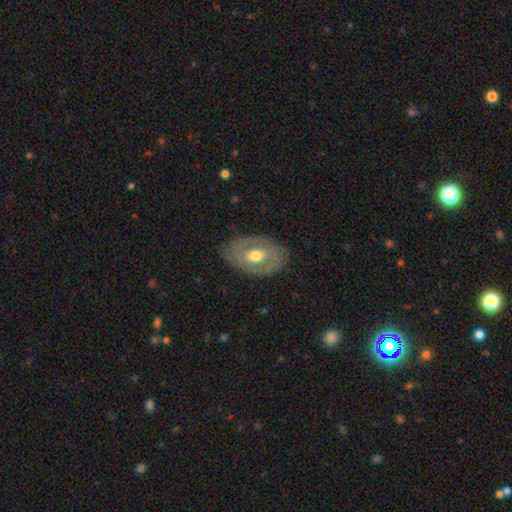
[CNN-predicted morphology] A featured or disk galaxy (60%) with no bar (56%), no spiral arms (54%) and a moderate central bulge (75%).

Vote fractions:
- Smooth or featured? featured or disk: 60% / smooth: 34% / star or artifact: 6%
- Edge-on disk? no: 92% / yes: 8%
- Bar? no: 56% / weak: 32% / strong: 12%
- Spiral arms? no: 54% / yes: 46%
- Bulge size? moderate: 75% / small: 12% / large: 12% / dominant: 1% / none: 1%
- Merging? none: 78% / minor disturbance: 15% / major disturbance: 5% / merger: 1%